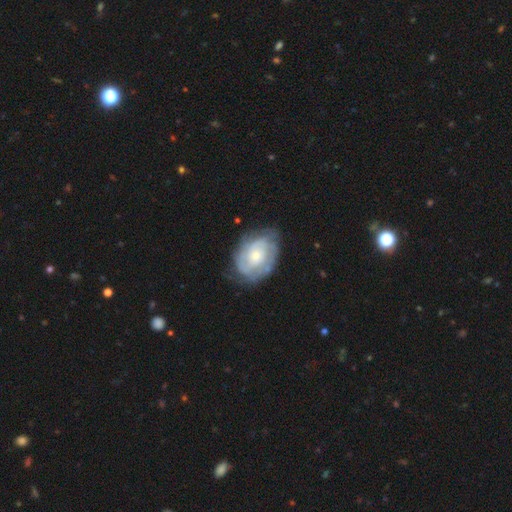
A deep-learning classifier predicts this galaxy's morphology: featured or disk 67%, smooth 27%, star or artifact 6%. Down the decision tree: edge-on disk — no (97%); bar — no (79%); spiral arms — yes (76%); bulge size — small (53%); merging — none (65%).